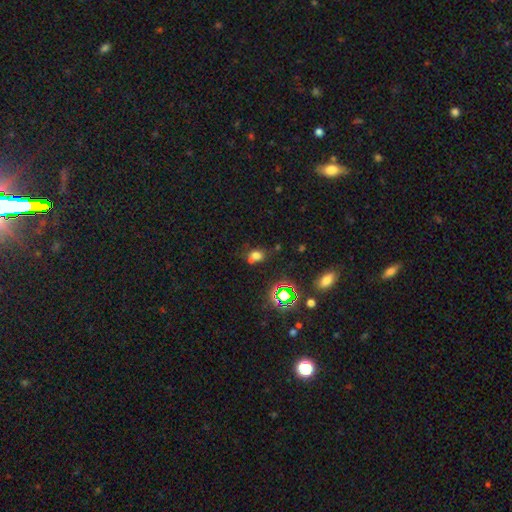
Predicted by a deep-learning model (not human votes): Smooth or featured? Predicted: smooth (p=0.61). How rounded? Predicted: in between (p=0.56). Merging? Predicted: none (p=0.52).